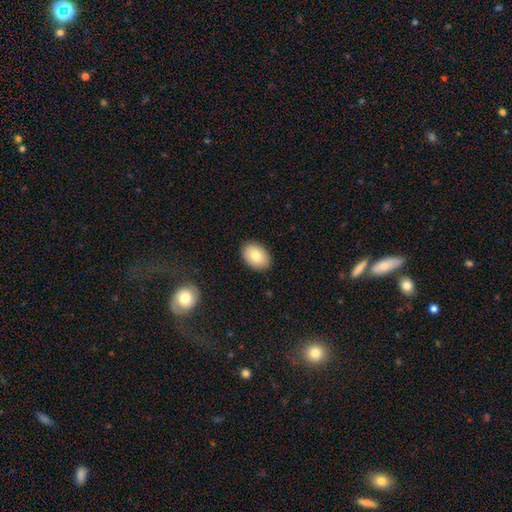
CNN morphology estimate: Overall: smooth (80%). How rounded: in between (84%). Merging: none (89%).